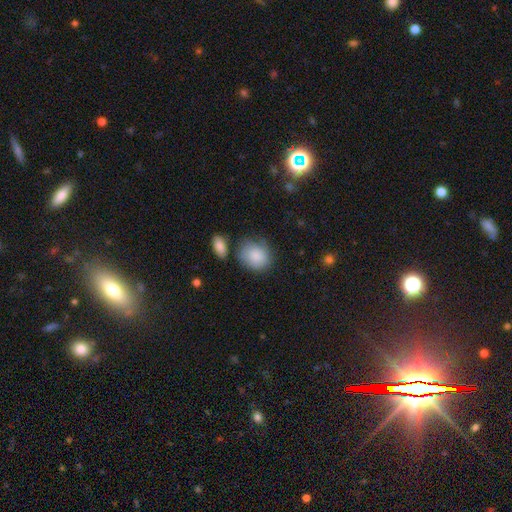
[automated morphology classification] smooth_or_featured: smooth (p=0.85) [alt: featured or disk p=0.08]
how_rounded: round (p=0.60) [alt: in between p=0.39]
merging: none (p=0.62) [alt: minor disturbance p=0.24]